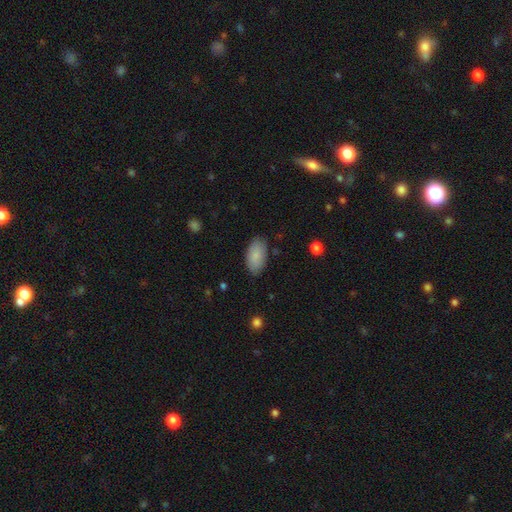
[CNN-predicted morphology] smooth-or-featured: smooth: 87% | featured or disk: 6% | star or artifact: 6%
  how-rounded: in between: 94% | round: 3% | cigar-shaped: 3%
  merging: none: 85% | minor disturbance: 12% | major disturbance: 3% | merger: 1%